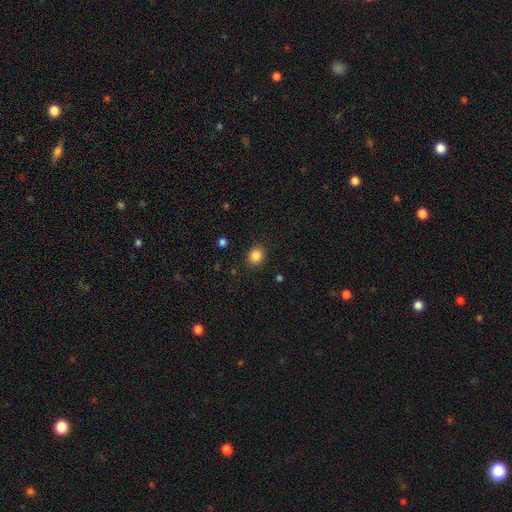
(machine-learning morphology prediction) This is clearly a smooth galaxy (86%). How rounded: likely round (69%). Merging: clearly none (88%).